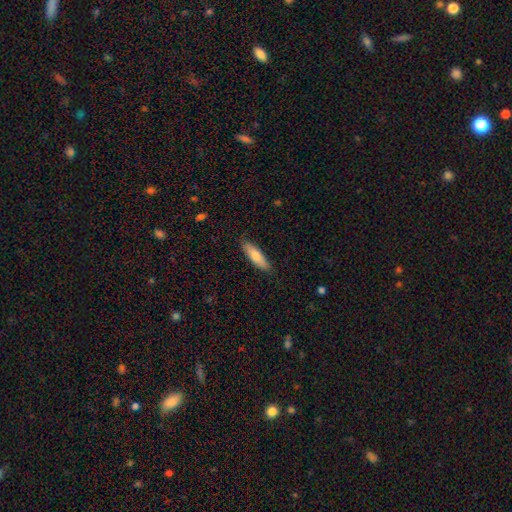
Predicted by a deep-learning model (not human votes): A smooth galaxy with no disk features (76%) that is cigar-shaped (58%). Merging: none (85%).